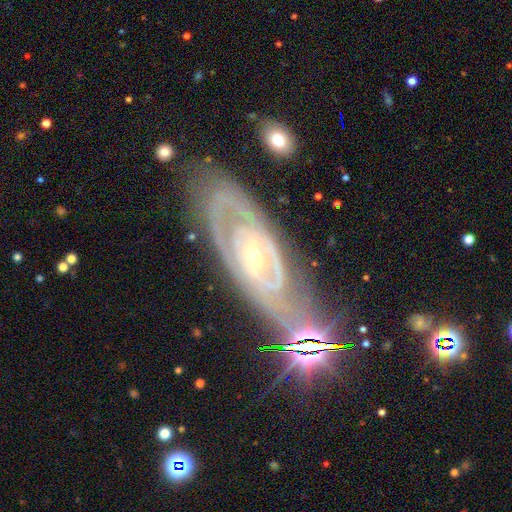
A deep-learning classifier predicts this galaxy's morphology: Overall: featured or disk (85%). Edge-on disk: no (89%). Bar: no (65%). Spiral arms: yes (87%). Spiral arm count: 2 (48%; can't tell 31%). Spiral winding: tight (69%). Bulge size: small (64%; moderate 32%). Merging: none (76%).